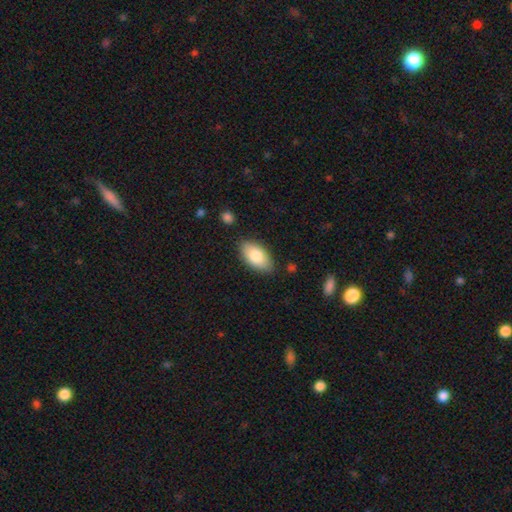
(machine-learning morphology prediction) smooth_or_featured: smooth (p=0.81) [alt: featured or disk p=0.13]
how_rounded: in between (p=0.94) [alt: round p=0.03]
merging: none (p=0.83) [alt: minor disturbance p=0.12]